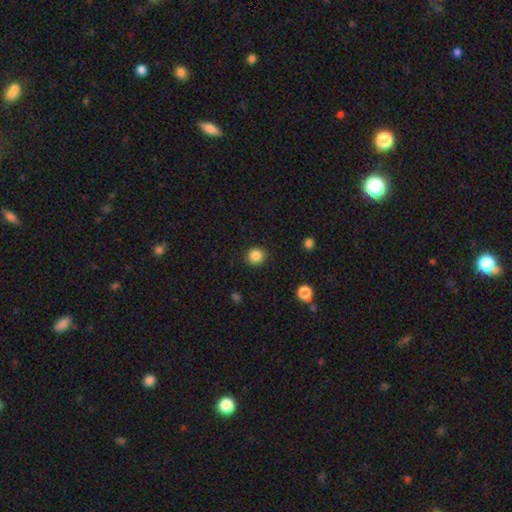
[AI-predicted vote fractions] This appears to be a smooth galaxy with no disk features (86%) that is round (91%). Merging: none (91%).